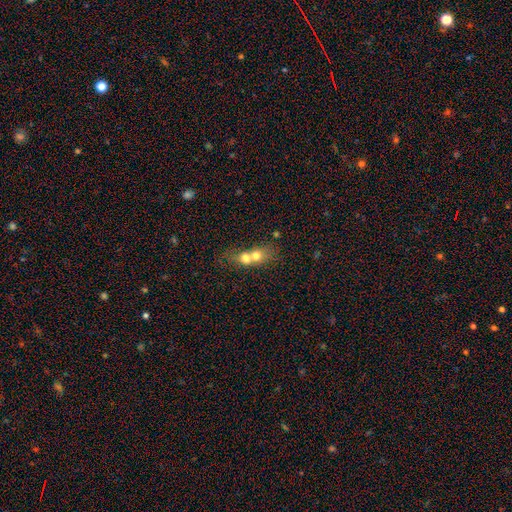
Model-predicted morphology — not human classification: Smooth or featured? Predicted: smooth (p=0.65). How rounded? Predicted: in between (p=0.48). Merging? Predicted: merger (p=0.72).